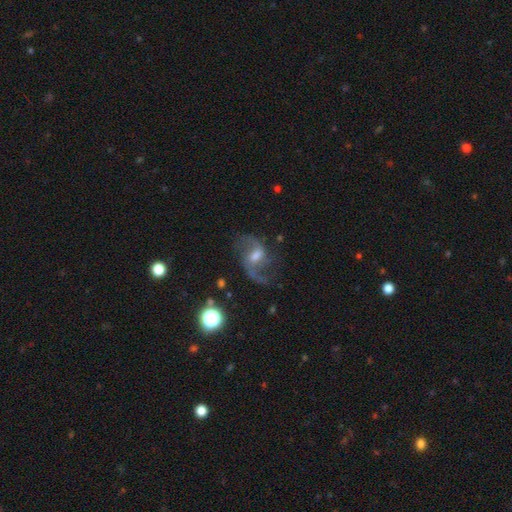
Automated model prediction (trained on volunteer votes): Q: Smooth or featured?
A: featured or disk (80%); runner-up: smooth (11%)
Q: Edge-on disk?
A: no (97%); runner-up: yes (3%)
Q: Bar?
A: weak (59%); runner-up: no (22%)
Q: Spiral arms?
A: yes (93%); runner-up: no (7%)
Q: Spiral winding?
A: loose (67%); runner-up: medium (28%)
Q: Spiral arm count?
A: 2 (83%); runner-up: 1 (7%)
Q: Bulge size?
A: moderate (48%); runner-up: small (31%)
Q: Merging?
A: none (61%); runner-up: major disturbance (19%)